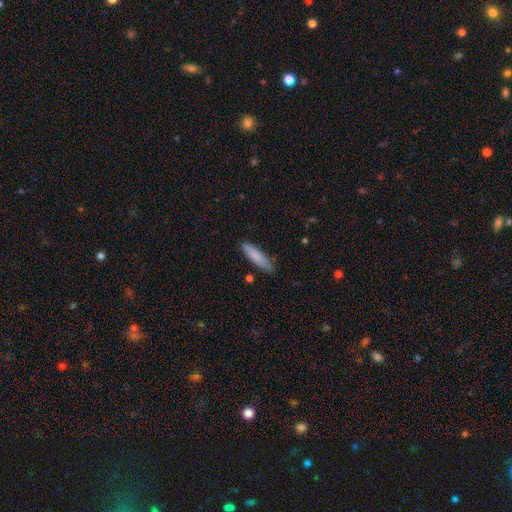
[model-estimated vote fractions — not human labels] smooth-or-featured: smooth: 82% | featured or disk: 12% | star or artifact: 6%
  how-rounded: cigar-shaped: 76% | in between: 23% | round: 1%
  merging: none: 83% | minor disturbance: 13% | major disturbance: 2% | merger: 2%